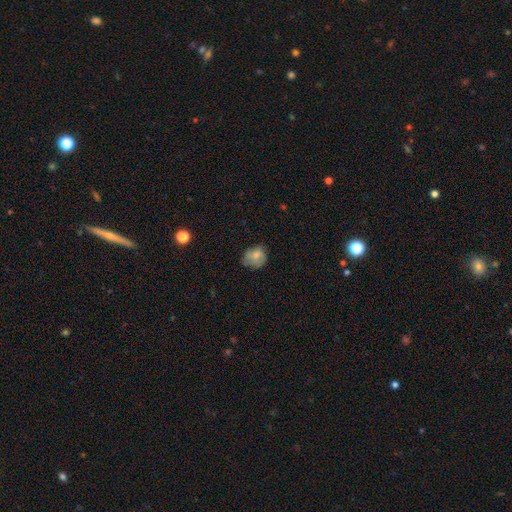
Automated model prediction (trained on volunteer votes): Morphology: type=smooth (68%); roundness=round (60%); merging=none (53%).